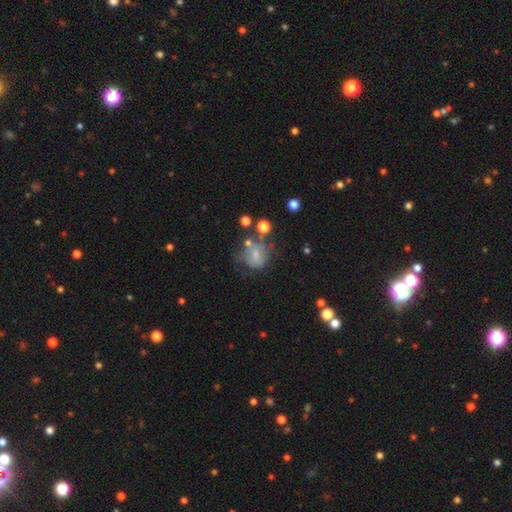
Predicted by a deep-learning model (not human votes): This appears to be a smooth galaxy with no disk features (59%) that is round (67%). Merging: none (39%).